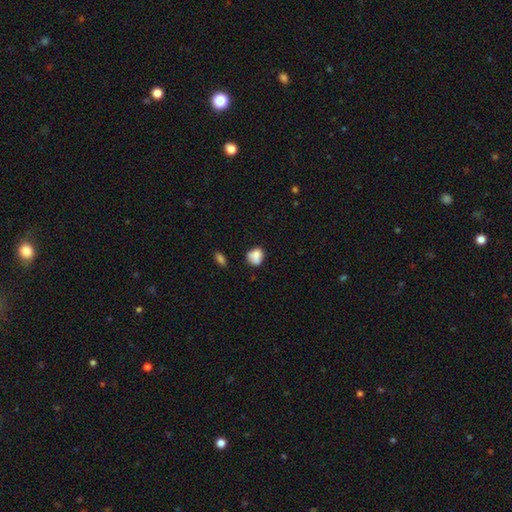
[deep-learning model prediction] Overall: smooth (80%). How rounded: round (57%; in between 42%). Merging: none (51%; minor disturbance 30%).